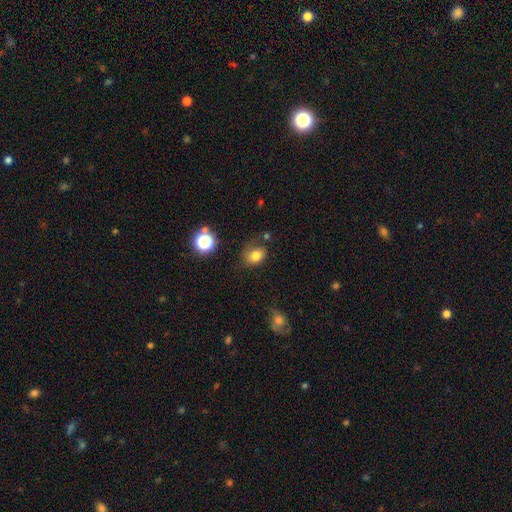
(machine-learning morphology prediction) A smooth galaxy with no disk features (78%) that is in between round and cigar-shaped (57%). Merging: none (63%).